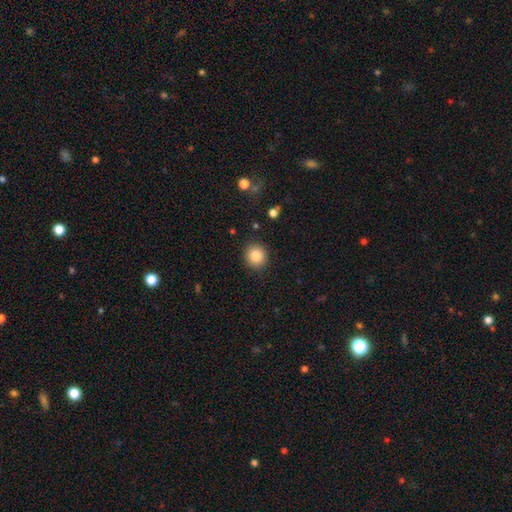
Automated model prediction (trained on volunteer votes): smooth_or_featured: smooth (p=0.84) [alt: star or artifact p=0.10]
how_rounded: round (p=0.88) [alt: in between p=0.11]
merging: none (p=0.90) [alt: minor disturbance p=0.07]